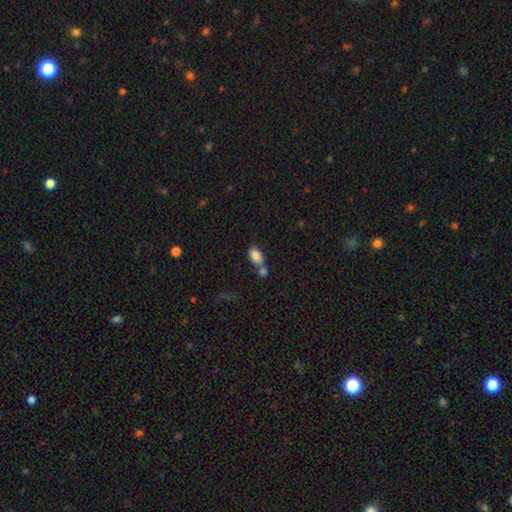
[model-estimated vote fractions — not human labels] Overall: smooth (85%). How rounded: in between (91%). Merging: none (43%; merger 42%).